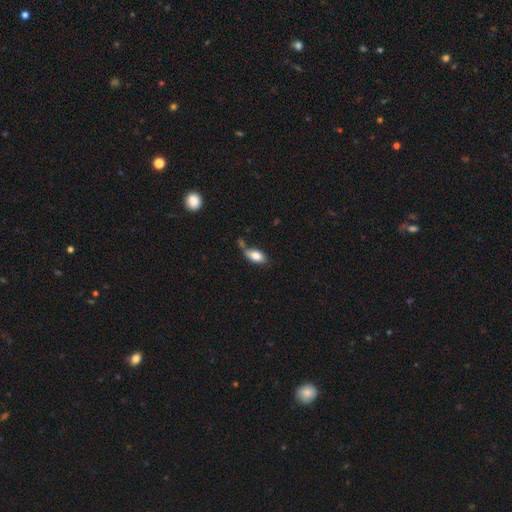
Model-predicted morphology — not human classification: Smooth or featured: smooth — 78% (featured or disk — 14%)
How rounded: in between — 88% (cigar-shaped — 7%)
Merging: none — 54% (minor disturbance — 23%)